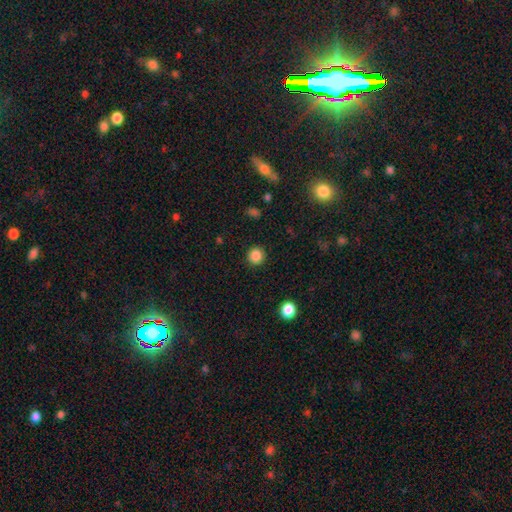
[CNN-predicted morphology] Overall: smooth (86%). How rounded: round (94%). Merging: none (92%).